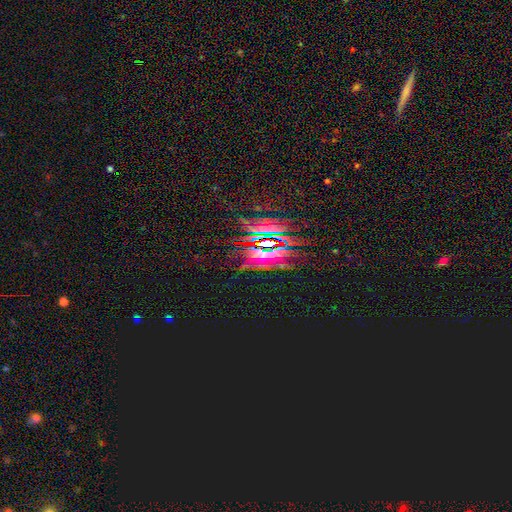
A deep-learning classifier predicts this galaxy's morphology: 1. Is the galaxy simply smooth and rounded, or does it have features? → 80% star or artifact, 12% featured or disk, 8% smooth.